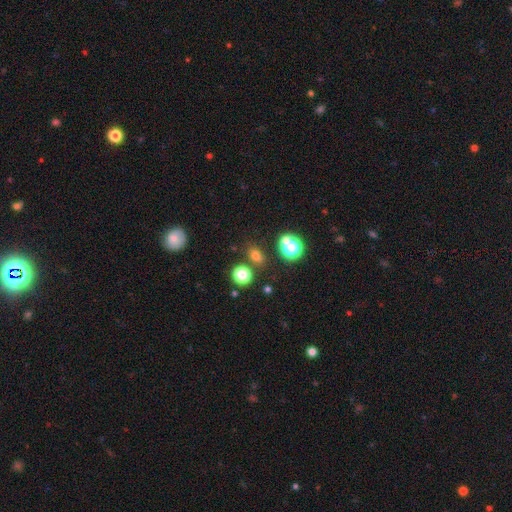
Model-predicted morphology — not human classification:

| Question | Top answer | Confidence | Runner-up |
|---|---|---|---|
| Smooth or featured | smooth | 66% | star or artifact (25%) |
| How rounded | in between | 55% | round (42%) |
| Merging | none | 78% | minor disturbance (10%) |